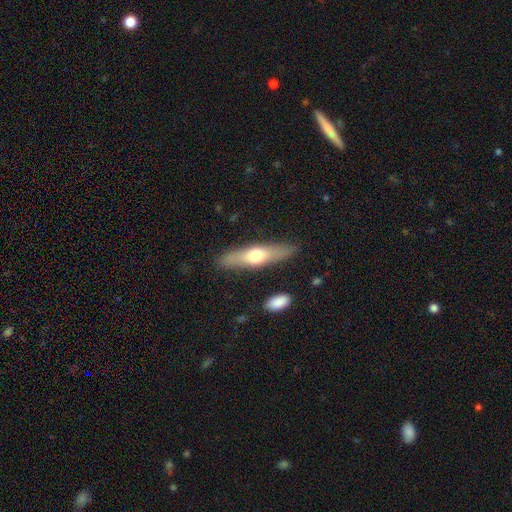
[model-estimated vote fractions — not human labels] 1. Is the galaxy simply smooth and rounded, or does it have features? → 52% smooth, 42% featured or disk, 6% star or artifact.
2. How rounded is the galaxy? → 72% cigar-shaped, 26% in between, 2% round.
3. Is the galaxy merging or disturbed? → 85% none, 10% minor disturbance, 3% major disturbance, 2% merger.